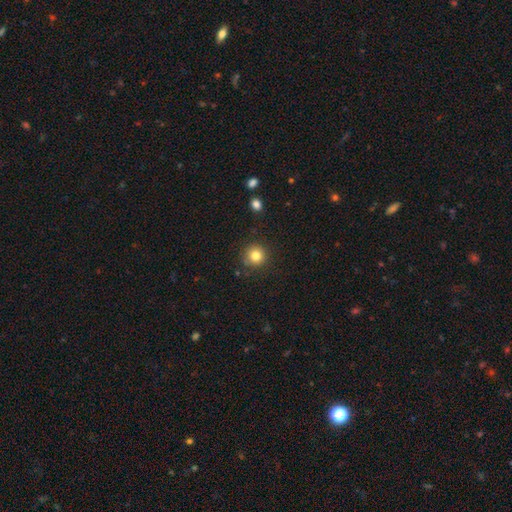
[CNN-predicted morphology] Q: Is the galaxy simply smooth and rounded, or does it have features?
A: smooth — 82%.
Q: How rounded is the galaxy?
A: round — 94%.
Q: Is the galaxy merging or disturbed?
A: none — 88%.